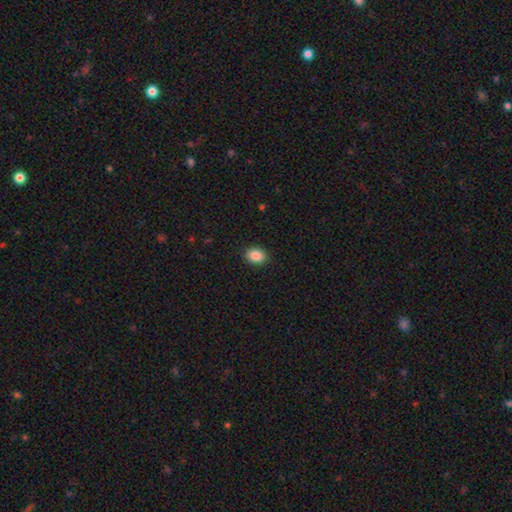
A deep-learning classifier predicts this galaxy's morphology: A smooth galaxy with no disk features (88%) that is in between round and cigar-shaped (60%).

Vote fractions:
- Smooth or featured? smooth: 88% / star or artifact: 8% / featured or disk: 4%
- How rounded? in between: 60% / round: 39% / cigar-shaped: 1%
- Merging? none: 89% / minor disturbance: 8% / major disturbance: 2% / merger: 1%